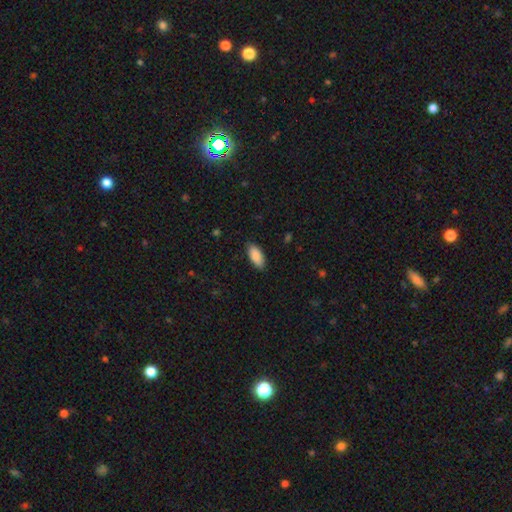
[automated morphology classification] smooth-or-featured: smooth: 89% | star or artifact: 6% | featured or disk: 5%
  how-rounded: in between: 90% | cigar-shaped: 9% | round: 2%
  merging: none: 86% | minor disturbance: 11% | major disturbance: 2% | merger: 1%